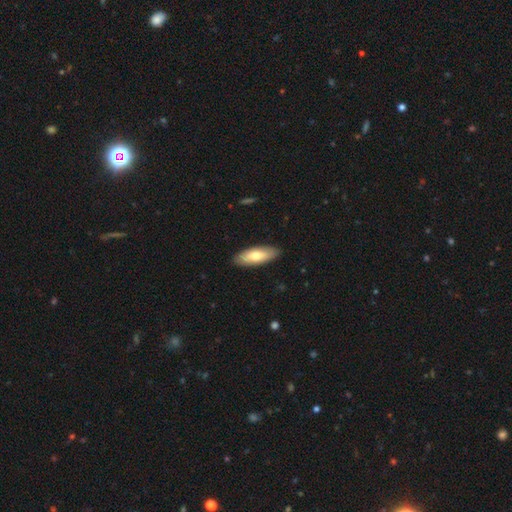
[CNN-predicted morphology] Overall: smooth (68%). How rounded: in between (71%). Merging: none (89%).